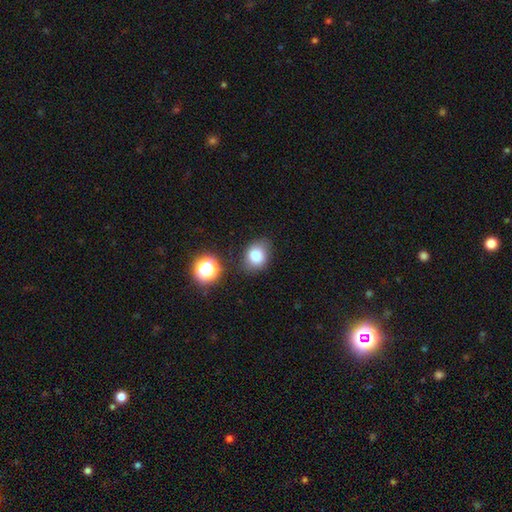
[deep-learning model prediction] Smooth or featured?
  - smooth: 80% *
  - star or artifact: 12%
  - featured or disk: 8%
How rounded?
  - round: 52% *
  - in between: 47%
  - cigar-shaped: 1%
Merging?
  - none: 75% *
  - minor disturbance: 17%
  - major disturbance: 4%
  - merger: 4%